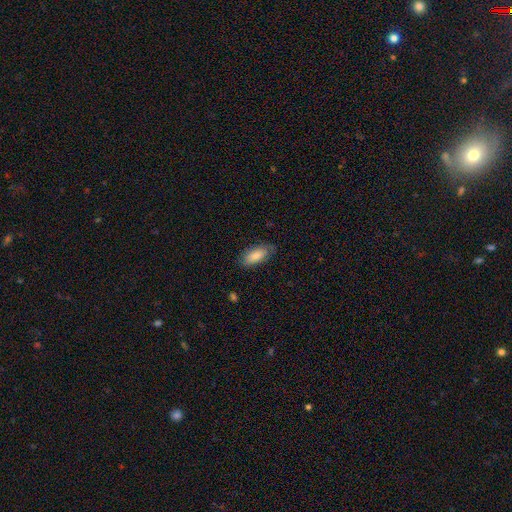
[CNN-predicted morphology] Smooth or featured? Predicted: smooth (p=0.82). How rounded? Predicted: in between (p=0.86). Merging? Predicted: none (p=0.75).